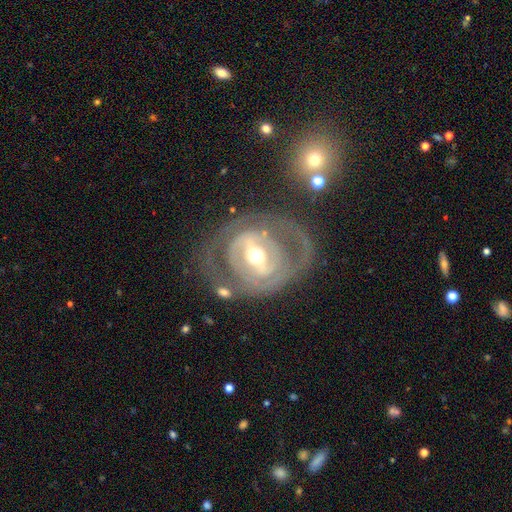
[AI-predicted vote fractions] Smooth or featured? featured or disk (81%)
Edge-on disk? no (95%)
Bar? strong (44%)
Spiral arms? yes (64%)
Bulge size? moderate (66%)
Merging? none (63%)